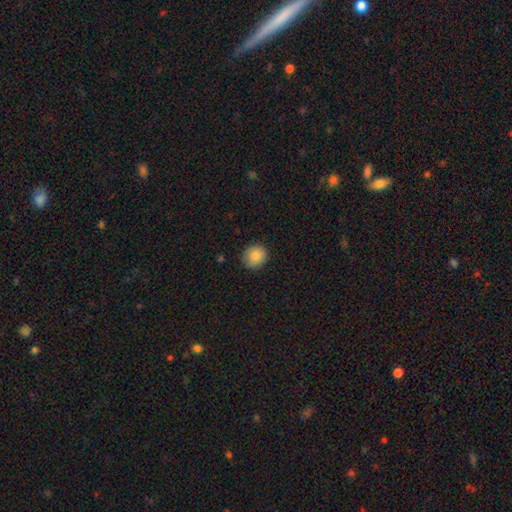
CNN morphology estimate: Q: Smooth or featured?
A: smooth (85%); runner-up: star or artifact (9%)
Q: How rounded?
A: round (83%); runner-up: in between (16%)
Q: Merging?
A: none (86%); runner-up: minor disturbance (11%)